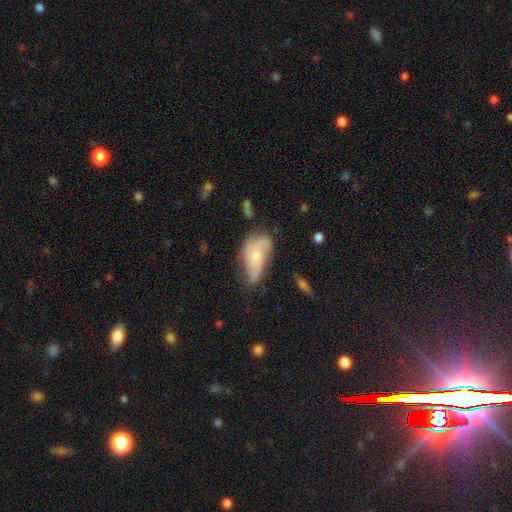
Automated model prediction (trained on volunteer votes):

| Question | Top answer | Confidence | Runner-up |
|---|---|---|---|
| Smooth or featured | featured or disk | 60% | smooth (32%) |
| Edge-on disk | no | 95% | yes (5%) |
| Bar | no | 75% | weak (21%) |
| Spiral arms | yes | 85% | no (15%) |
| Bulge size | small | 55% | moderate (35%) |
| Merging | none | 43% | minor disturbance (34%) |